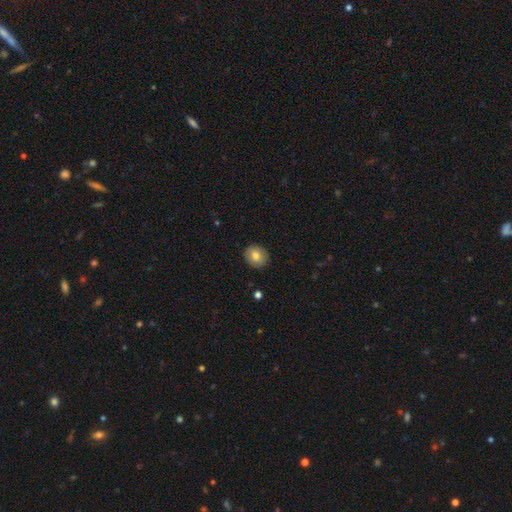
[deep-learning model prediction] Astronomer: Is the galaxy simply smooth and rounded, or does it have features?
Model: smooth — 78%.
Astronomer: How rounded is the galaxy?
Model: round — 71%.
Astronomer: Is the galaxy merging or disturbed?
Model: none — 89%.